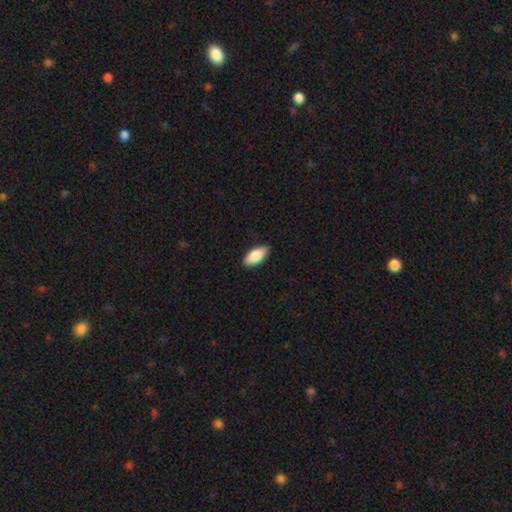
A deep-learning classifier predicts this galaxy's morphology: Smooth or featured? smooth (87%)
How rounded? in between (90%)
Merging? none (88%)